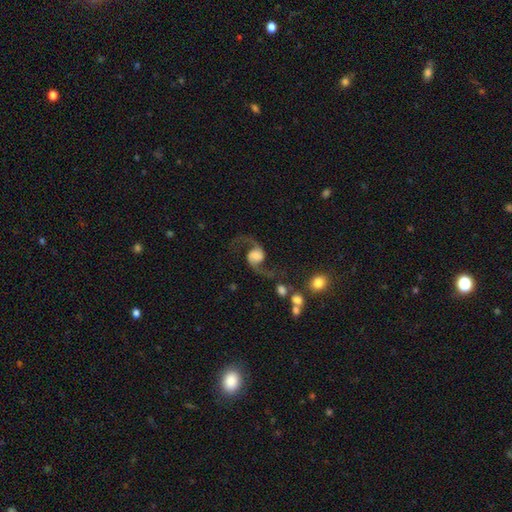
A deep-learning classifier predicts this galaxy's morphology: Q: Smooth or featured?
A: featured or disk (88%); runner-up: smooth (7%)
Q: Edge-on disk?
A: no (98%); runner-up: yes (2%)
Q: Bar?
A: no (60%); runner-up: weak (30%)
Q: Spiral arms?
A: yes (97%); runner-up: no (3%)
Q: Spiral winding?
A: loose (80%); runner-up: medium (17%)
Q: Spiral arm count?
A: 2 (94%); runner-up: 1 (2%)
Q: Bulge size?
A: large (37%); runner-up: moderate (19%)
Q: Merging?
A: none (69%); runner-up: minor disturbance (14%)